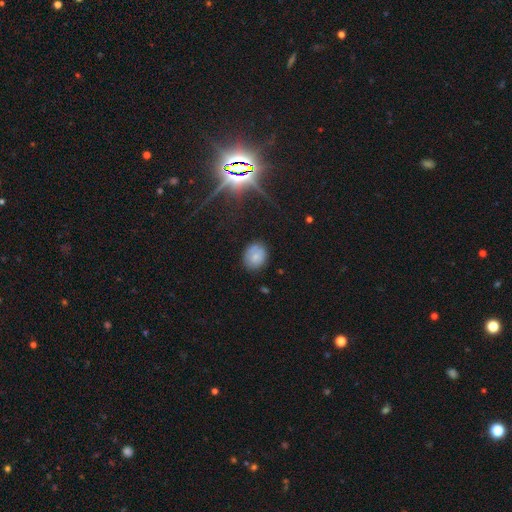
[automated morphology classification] Smooth or featured: smooth — 73% (featured or disk — 16%)
How rounded: round — 60% (in between — 39%)
Merging: none — 75% (minor disturbance — 18%)